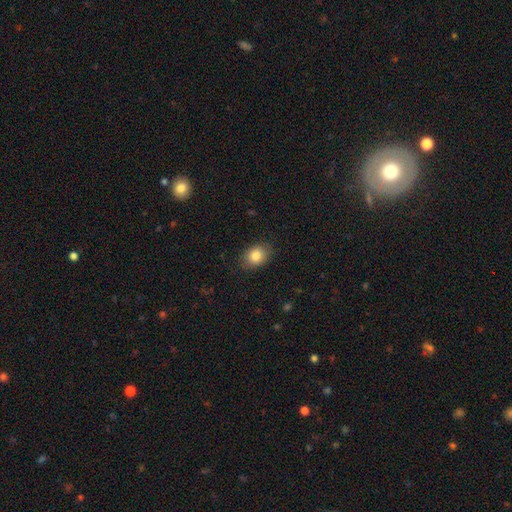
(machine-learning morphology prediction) A smooth galaxy with no disk features (84%) that is in between round and cigar-shaped (65%). Merging: none (85%).